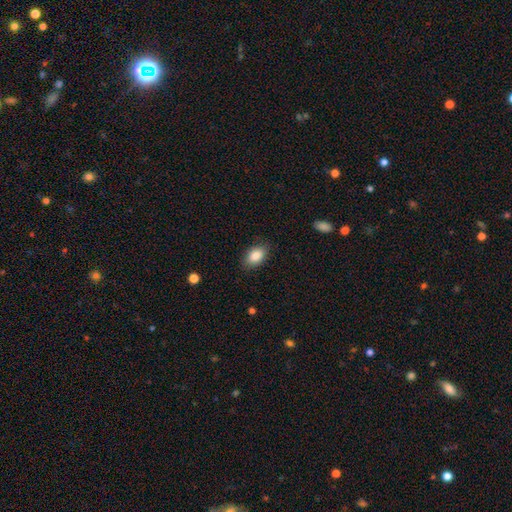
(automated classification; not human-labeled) Smooth or featured: smooth — 88% (star or artifact — 7%)
How rounded: in between — 88% (round — 10%)
Merging: none — 84% (minor disturbance — 12%)